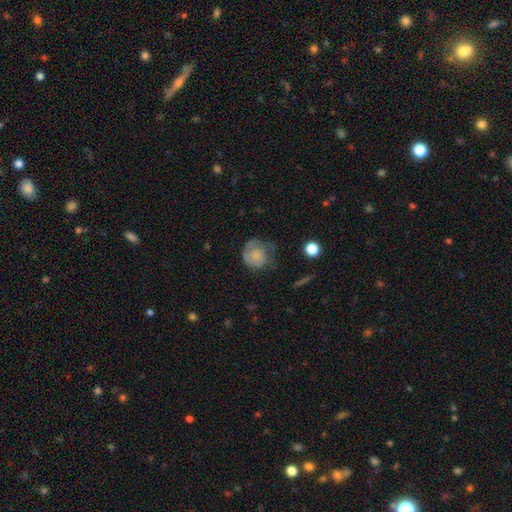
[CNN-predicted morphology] A smooth galaxy with no disk features (67%) that is round (80%).

Vote fractions:
- Smooth or featured? smooth: 67% / featured or disk: 24% / star or artifact: 9%
- How rounded? round: 80% / in between: 19% / cigar-shaped: 1%
- Merging? none: 39% / minor disturbance: 32% / major disturbance: 26% / merger: 2%